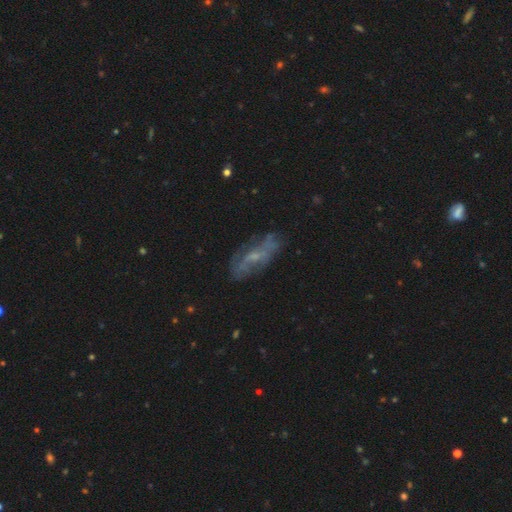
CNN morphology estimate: A featured or disk galaxy (59%). Merging: none (68%).